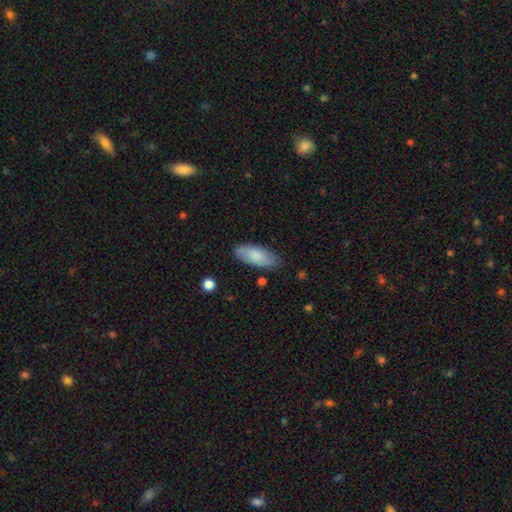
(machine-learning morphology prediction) smooth-or-featured: smooth: 81% | featured or disk: 13% | star or artifact: 6%
  how-rounded: in between: 82% | cigar-shaped: 16% | round: 2%
  merging: none: 83% | minor disturbance: 13% | major disturbance: 3% | merger: 1%